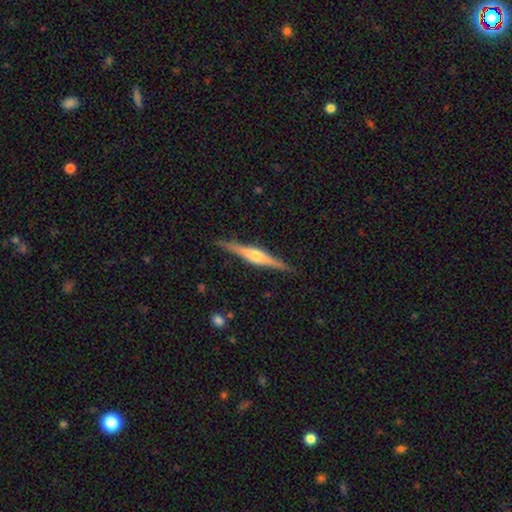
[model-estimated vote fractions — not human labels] A featured or disk galaxy (81%) viewed edge-on (98%) with a rounded central bulge (87%). Merging: none (90%).